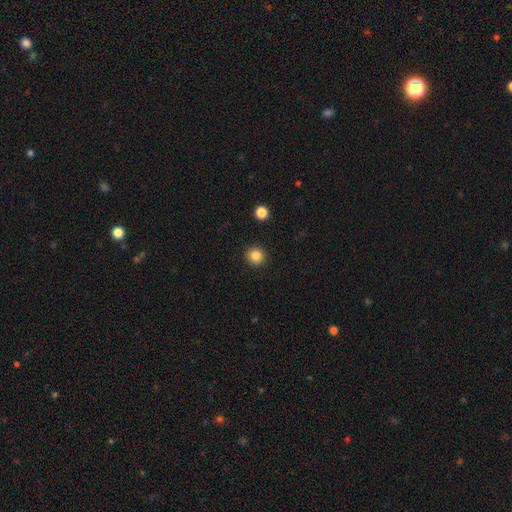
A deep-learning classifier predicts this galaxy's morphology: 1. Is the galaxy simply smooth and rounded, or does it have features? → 85% smooth, 11% star or artifact, 4% featured or disk.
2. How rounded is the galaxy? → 92% round, 7% in between, 1% cigar-shaped.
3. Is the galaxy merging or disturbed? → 92% none, 5% minor disturbance, 2% major disturbance, 1% merger.